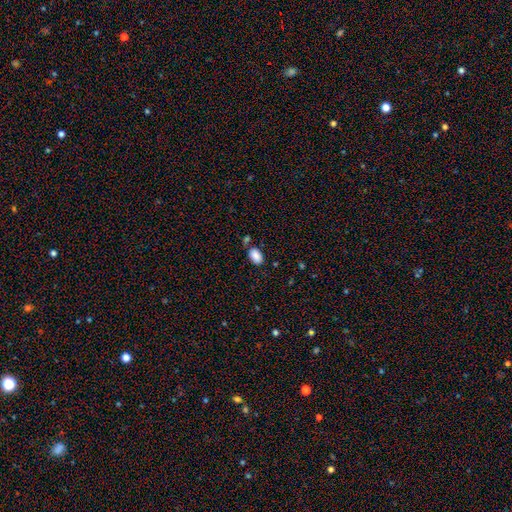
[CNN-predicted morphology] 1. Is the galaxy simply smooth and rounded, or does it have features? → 88% smooth, 8% star or artifact, 4% featured or disk.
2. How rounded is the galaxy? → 91% in between, 8% round, 1% cigar-shaped.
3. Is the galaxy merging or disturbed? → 69% none, 15% minor disturbance, 12% merger, 4% major disturbance.